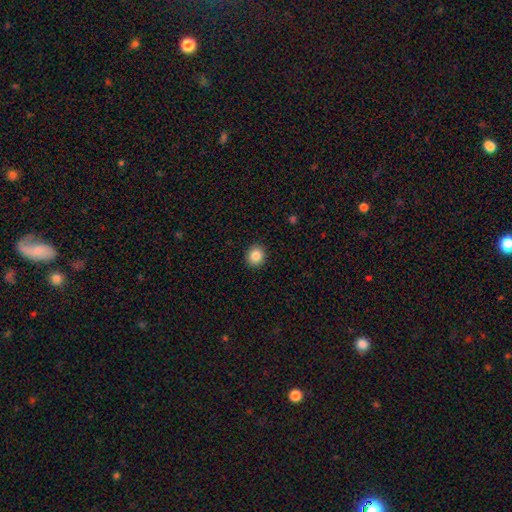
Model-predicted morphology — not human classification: A smooth galaxy with no disk features (85%) that is round (83%). Merging: none (92%).